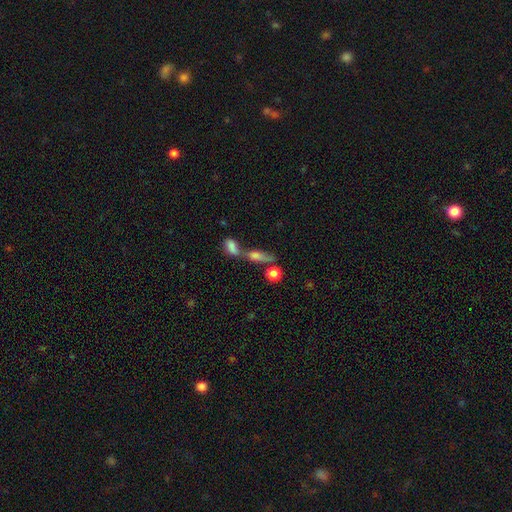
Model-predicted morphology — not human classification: Smooth or featured? smooth (40%)
Merging? none (46%)